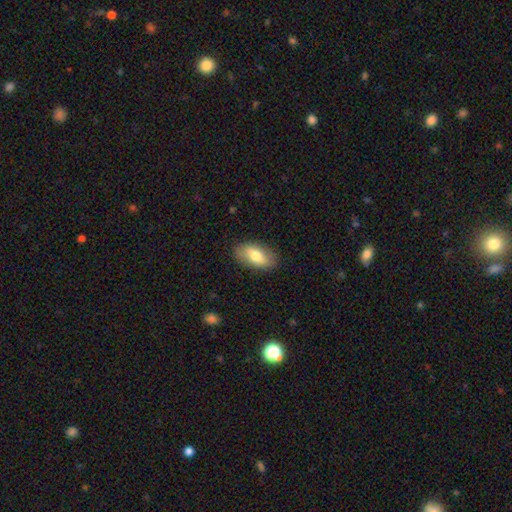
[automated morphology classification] This is likely a smooth galaxy (72%). How rounded: clearly in between (92%). Merging: clearly none (85%).